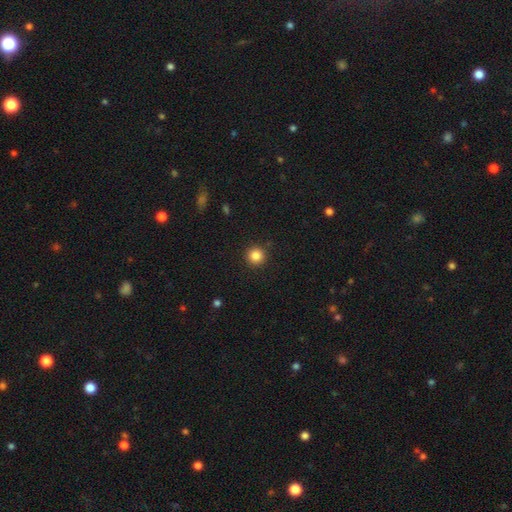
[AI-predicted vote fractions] smooth-or-featured: smooth: 85% | star or artifact: 11% | featured or disk: 4%
  how-rounded: round: 95% | in between: 4% | cigar-shaped: 1%
  merging: none: 92% | minor disturbance: 5% | major disturbance: 2% | merger: 1%